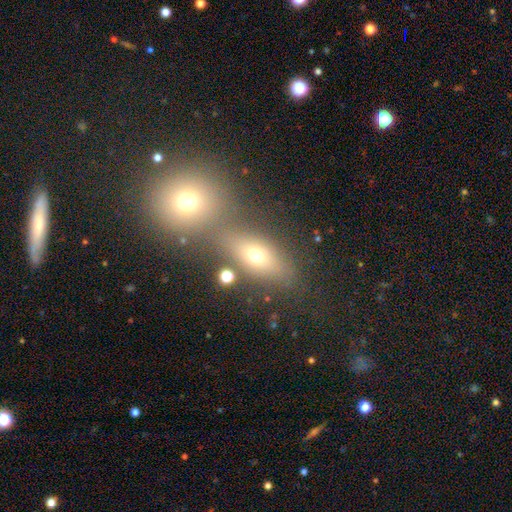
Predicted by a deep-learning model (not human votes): A smooth galaxy with no disk features (61%) that is in between round and cigar-shaped (61%).

Vote fractions:
- Smooth or featured? smooth: 61% / featured or disk: 22% / star or artifact: 17%
- How rounded? in between: 61% / round: 27% / cigar-shaped: 12%
- Merging? none: 53% / merger: 33% / minor disturbance: 10% / major disturbance: 5%